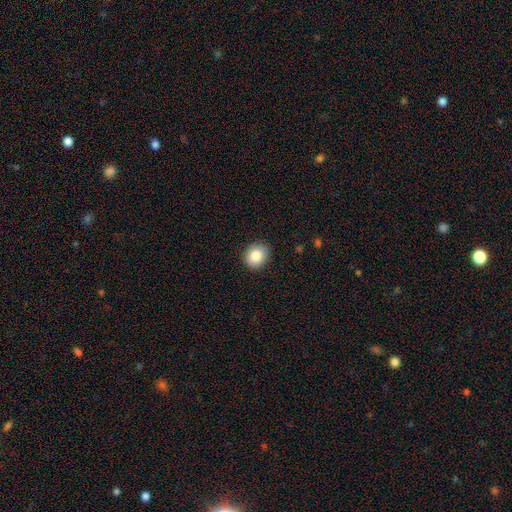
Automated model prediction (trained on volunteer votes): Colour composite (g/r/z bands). It shows a smooth galaxy with no disk features (85%) that is round (66%). Merging: none (87%).